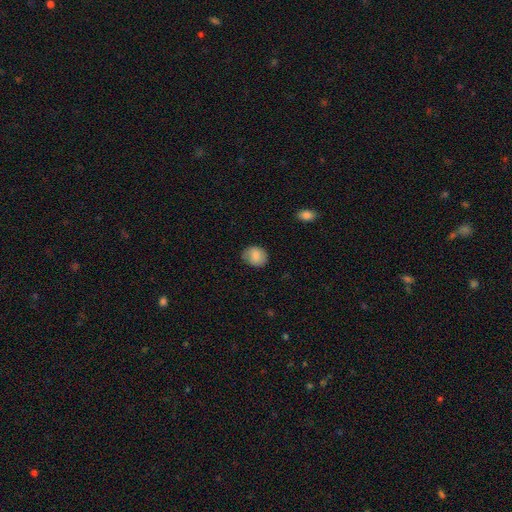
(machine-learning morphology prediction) Smooth or featured?
  - smooth: 82% *
  - featured or disk: 11%
  - star or artifact: 8%
How rounded?
  - round: 62% *
  - in between: 37%
  - cigar-shaped: 1%
Merging?
  - none: 77% *
  - minor disturbance: 18%
  - major disturbance: 4%
  - merger: 1%